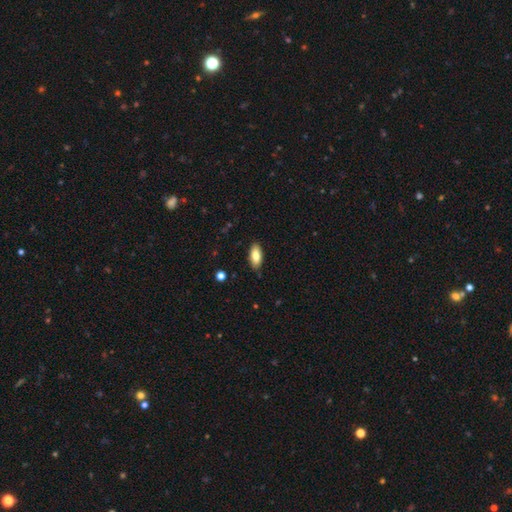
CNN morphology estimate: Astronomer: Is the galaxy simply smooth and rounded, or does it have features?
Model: smooth — 82%.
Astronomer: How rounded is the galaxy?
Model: in between — 87%.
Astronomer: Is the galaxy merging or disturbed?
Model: none — 86%.